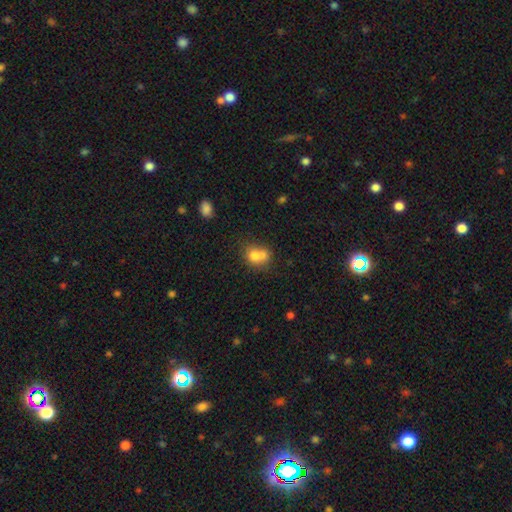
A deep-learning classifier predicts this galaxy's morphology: Smooth or featured?
  - smooth: 73% *
  - featured or disk: 17%
  - star or artifact: 11%
How rounded?
  - round: 61% *
  - in between: 38%
  - cigar-shaped: 1%
Merging?
  - merger: 55% *
  - none: 29%
  - minor disturbance: 11%
  - major disturbance: 5%